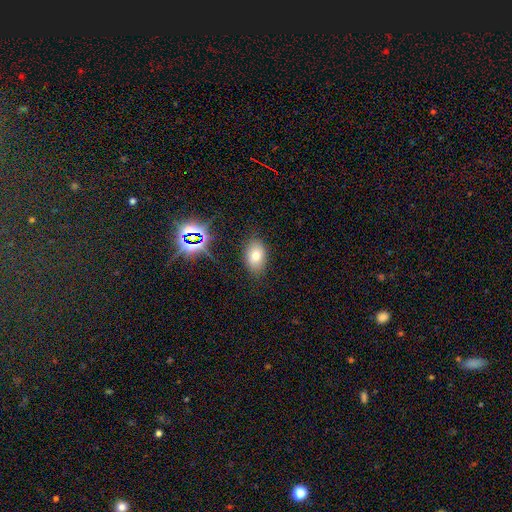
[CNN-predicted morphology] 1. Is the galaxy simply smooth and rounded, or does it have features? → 71% smooth, 17% star or artifact, 12% featured or disk.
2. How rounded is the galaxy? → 86% in between, 13% round, 1% cigar-shaped.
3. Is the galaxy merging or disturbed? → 82% none, 13% minor disturbance, 4% major disturbance, 2% merger.